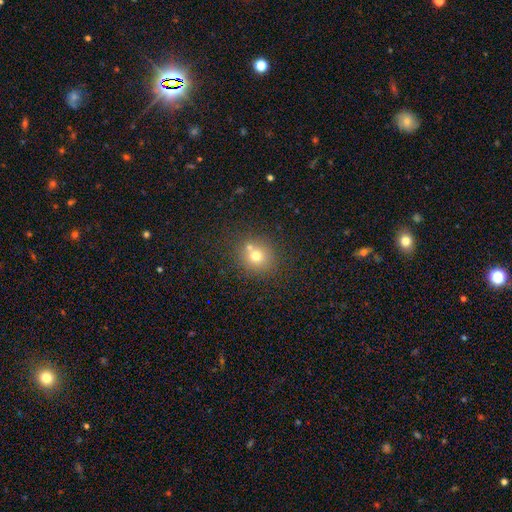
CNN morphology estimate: A smooth galaxy with no disk features (71%) that is round (86%). Merging: none (62%).